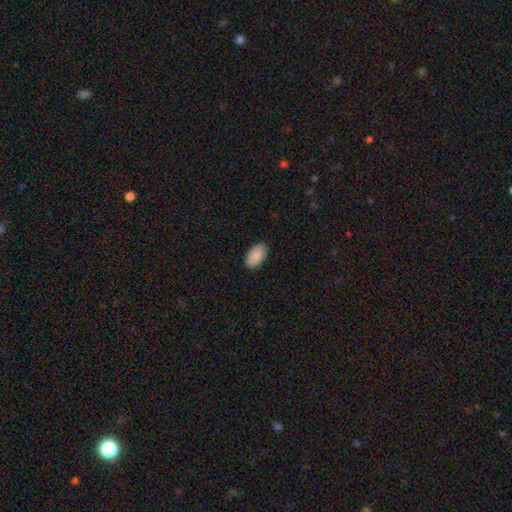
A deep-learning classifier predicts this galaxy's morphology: This appears to be a smooth galaxy with no disk features (90%) that is in between round and cigar-shaped (95%). Merging: none (88%).